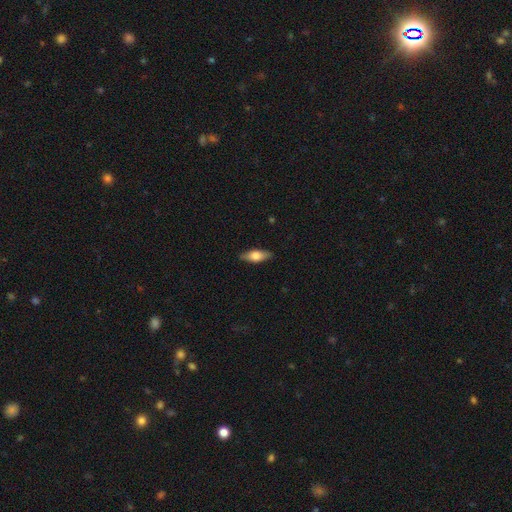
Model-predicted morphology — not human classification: Overall: smooth (61%; featured or disk 33%). How rounded: in between (67%; cigar-shaped 30%). Merging: none (87%).